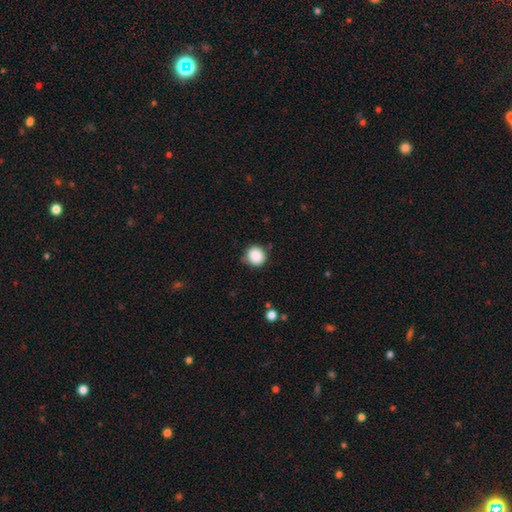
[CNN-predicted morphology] The model was most divided on "merging": none: 81%, minor disturbance: 13%, major disturbance: 3%, merger: 2%. More confident: how rounded — round (91%); smooth or featured — smooth (88%).